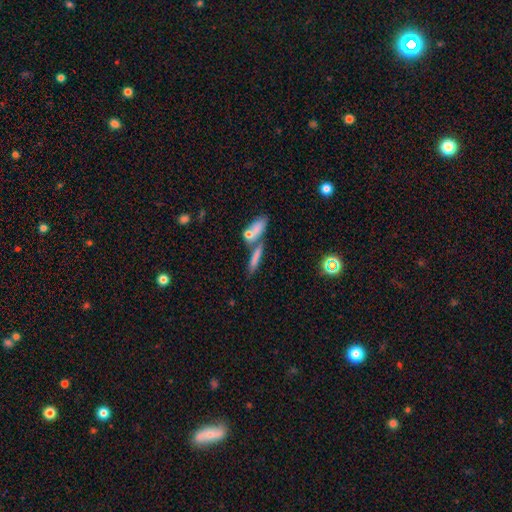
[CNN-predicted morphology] smooth-or-featured: smooth: 56% | featured or disk: 31% | star or artifact: 14%
  how-rounded: cigar-shaped: 70% | in between: 22% | round: 8%
  merging: none: 51% | merger: 34% | minor disturbance: 10% | major disturbance: 5%